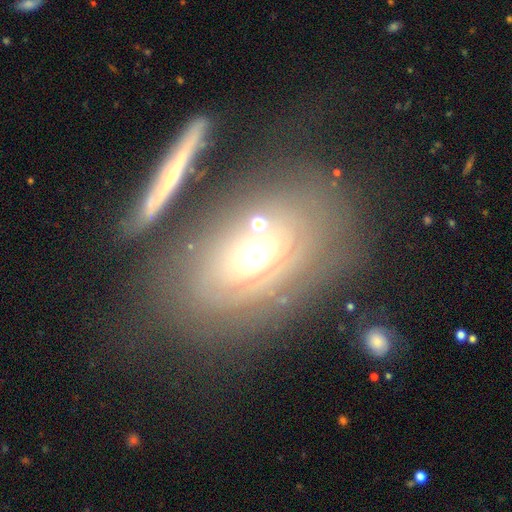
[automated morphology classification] Overall: featured or disk (62%; smooth 28%). Edge-on disk: no (84%). Bar: no (84%). Spiral arms: no (56%; yes 44%). Bulge size: moderate (63%). Merging: none (59%).